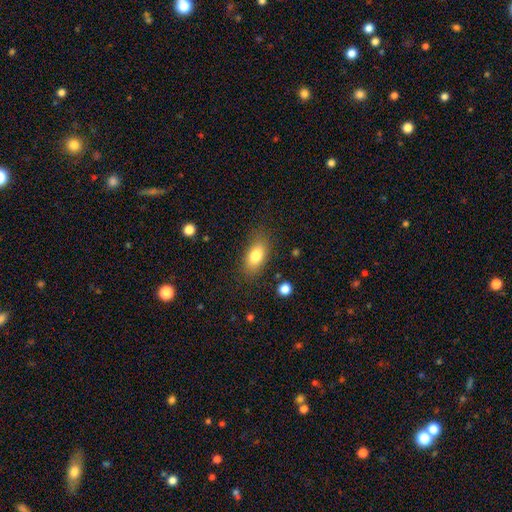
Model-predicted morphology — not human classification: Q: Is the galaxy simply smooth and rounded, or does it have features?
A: smooth — 81%.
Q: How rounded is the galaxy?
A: in between — 88%.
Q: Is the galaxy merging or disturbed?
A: none — 81%.